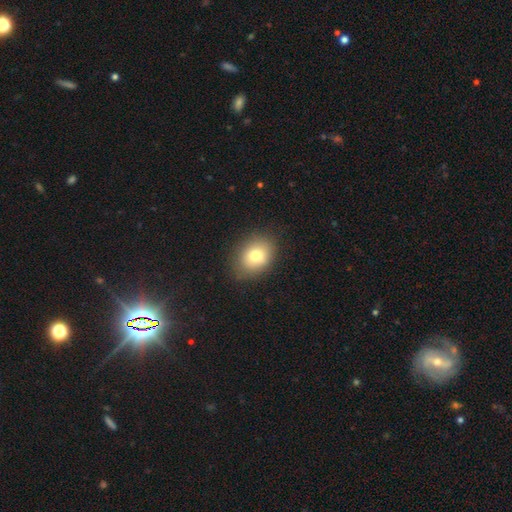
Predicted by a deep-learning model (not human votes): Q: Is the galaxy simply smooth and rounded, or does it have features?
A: smooth — 77%.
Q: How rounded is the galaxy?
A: in between — 67%.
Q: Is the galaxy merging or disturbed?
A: none — 83%.